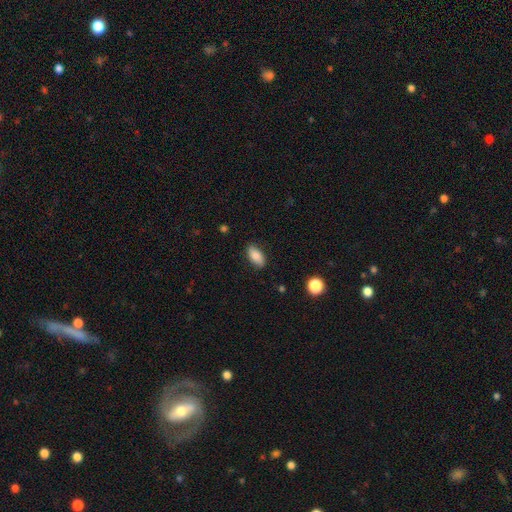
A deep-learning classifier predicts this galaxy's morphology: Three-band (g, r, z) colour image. It shows a smooth galaxy with no disk features (81%) that is in between round and cigar-shaped (92%). Merging: none (85%).